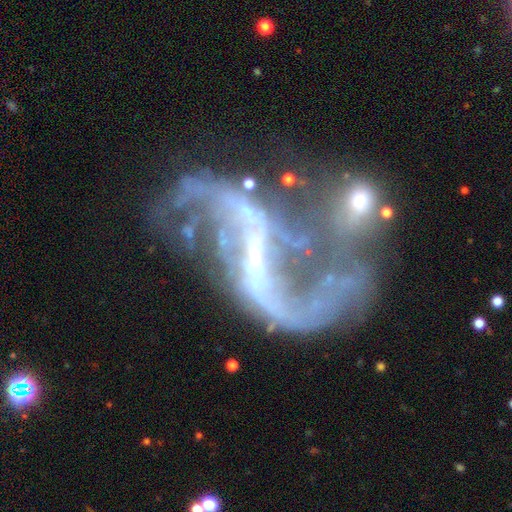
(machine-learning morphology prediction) Smooth or featured? Predicted: featured or disk (p=0.89). Edge-on disk? Predicted: no (p=0.97). Bar? Predicted: strong (p=0.42). Spiral arms? Predicted: yes (p=0.90). Spiral winding? Predicted: loose (p=0.85). Spiral arm count? Predicted: 2 (p=0.84). Bulge size? Predicted: small (p=0.64). Merging? Predicted: merger (p=0.35).